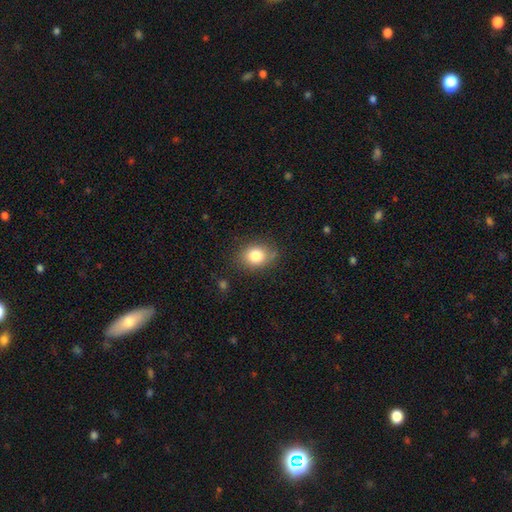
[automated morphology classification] Smooth or featured? smooth (82%)
How rounded? in between (51%)
Merging? none (77%)